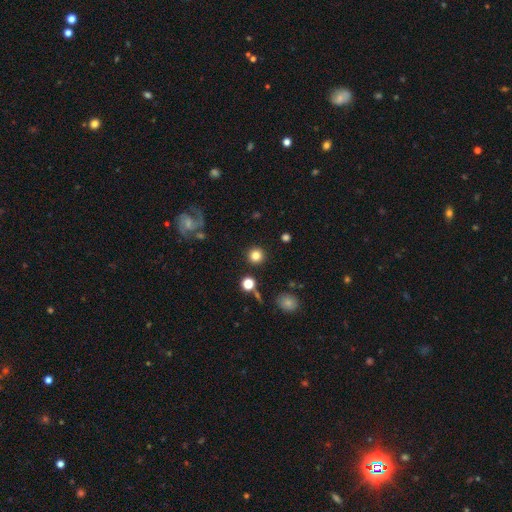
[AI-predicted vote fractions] Smooth or featured? Predicted: smooth (p=0.82). How rounded? Predicted: round (p=0.94). Merging? Predicted: none (p=0.90).